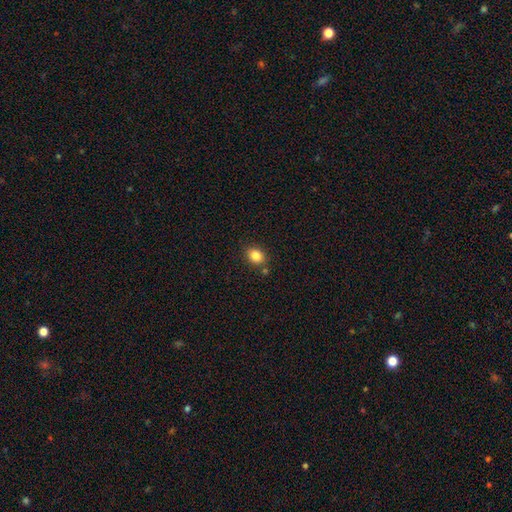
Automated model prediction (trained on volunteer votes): Smooth or featured?
  - smooth: 84% *
  - star or artifact: 10%
  - featured or disk: 5%
How rounded?
  - in between: 52% *
  - round: 47%
  - cigar-shaped: 1%
Merging?
  - none: 80% *
  - minor disturbance: 11%
  - merger: 7%
  - major disturbance: 3%